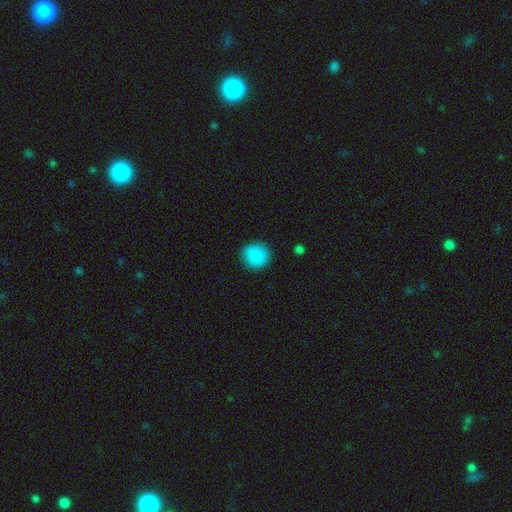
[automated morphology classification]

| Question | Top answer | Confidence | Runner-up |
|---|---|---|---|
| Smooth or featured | smooth | 88% | star or artifact (9%) |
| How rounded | round | 91% | in between (8%) |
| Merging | none | 89% | minor disturbance (8%) |